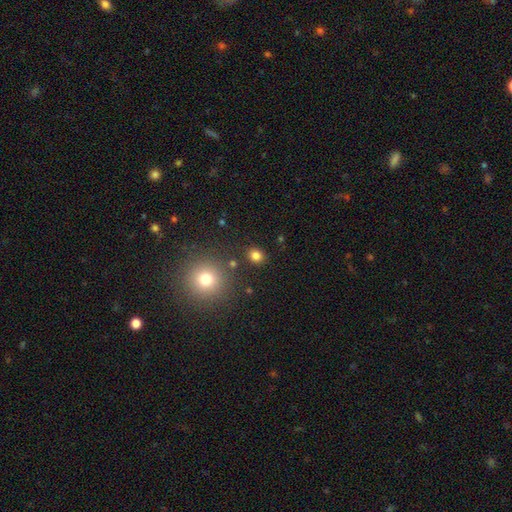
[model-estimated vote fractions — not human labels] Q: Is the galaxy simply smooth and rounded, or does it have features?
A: smooth — 80%.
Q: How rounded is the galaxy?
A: round — 67%.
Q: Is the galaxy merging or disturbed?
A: none — 84%.